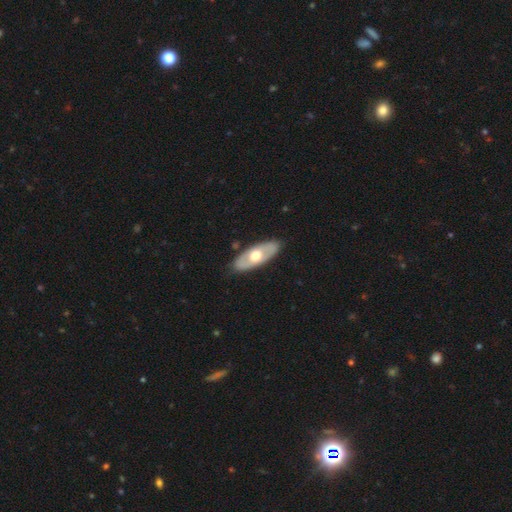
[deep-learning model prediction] A featured or disk galaxy (51%). Merging: none (86%).